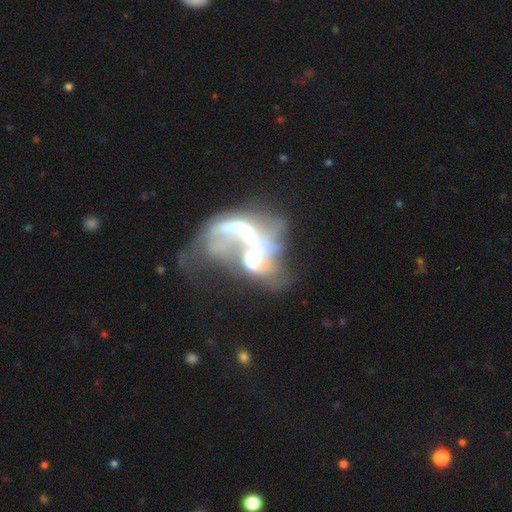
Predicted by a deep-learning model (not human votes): Morphology: type=featured or disk (64%); edge-on=no (96%); bar=no (66%); spiral arms=no (61%); bulge=moderate (39%); merging=merger (60%).